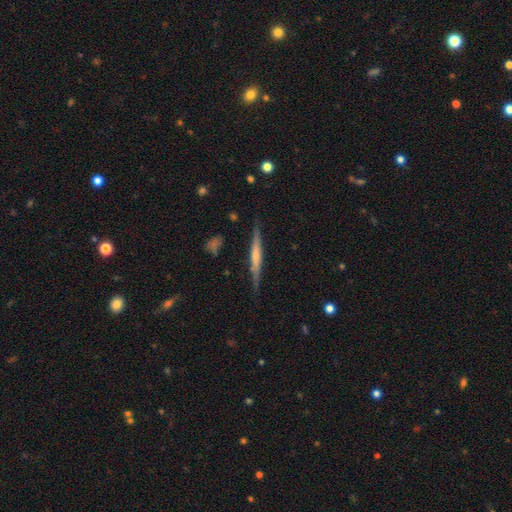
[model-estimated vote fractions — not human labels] This appears to be a featured or disk galaxy (59%) viewed edge-on (96%) with no central bulge (44%). Merging: none (84%).